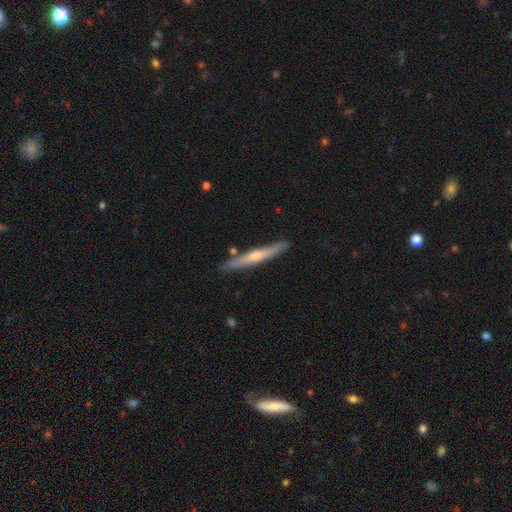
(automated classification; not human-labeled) This appears to be a featured or disk galaxy (68%) viewed edge-on (96%) with a rounded central bulge (79%). Merging: none (86%).